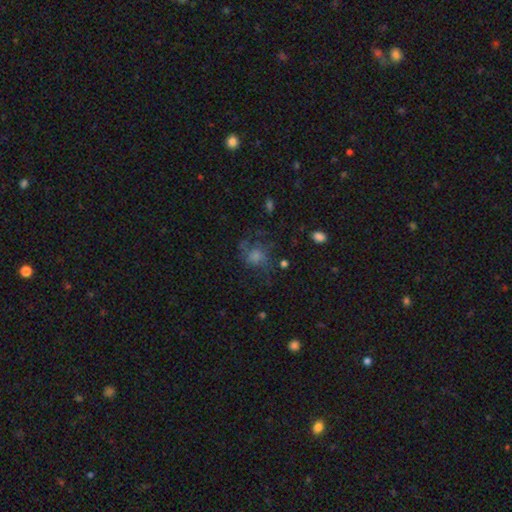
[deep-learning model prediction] The model was most divided on "smooth or featured": smooth: 39%, featured or disk: 36%, star or artifact: 25%. More confident: merging — none (56%).